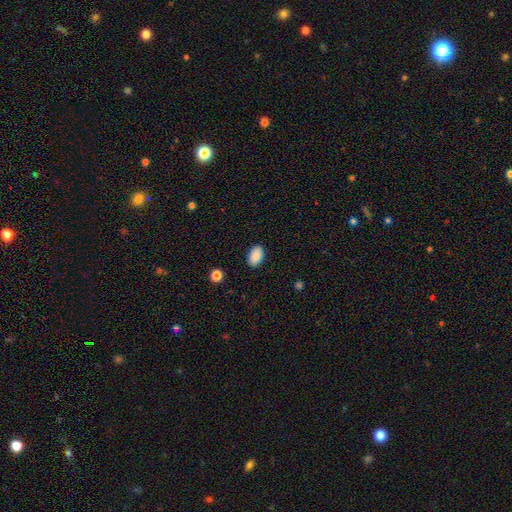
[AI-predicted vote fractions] A smooth galaxy with no disk features (89%) that is in between round and cigar-shaped (92%). Merging: none (89%).